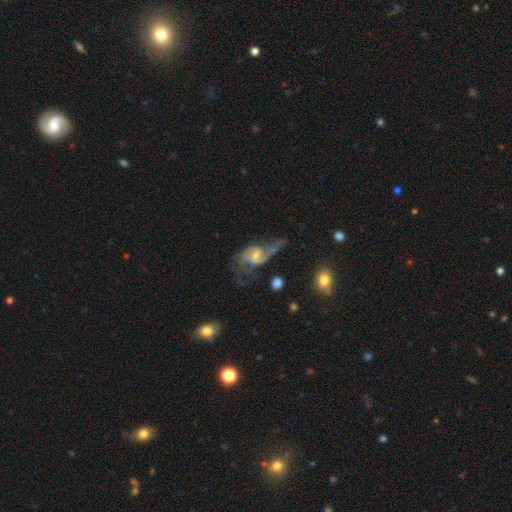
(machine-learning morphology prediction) Smooth or featured? Predicted: featured or disk (p=0.83). Edge-on disk? Predicted: no (p=0.97). Bar? Predicted: no (p=0.53). Spiral arms? Predicted: yes (p=0.92). Spiral winding? Predicted: loose (p=0.53). Spiral arm count? Predicted: 2 (p=0.78). Bulge size? Predicted: small (p=0.54). Merging? Predicted: major disturbance (p=0.38).